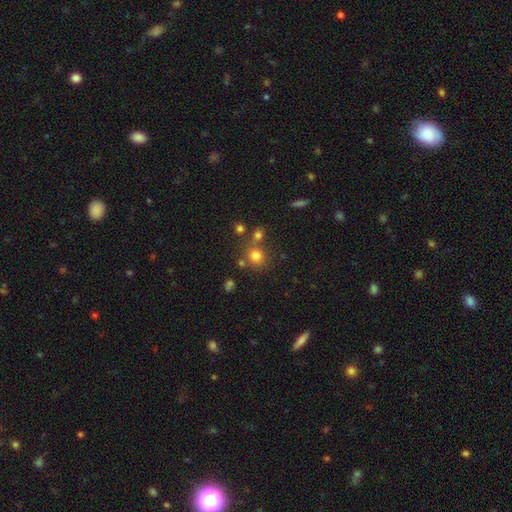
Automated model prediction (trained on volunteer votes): A smooth galaxy with no disk features (76%) that is round (84%). Merging: none (63%).